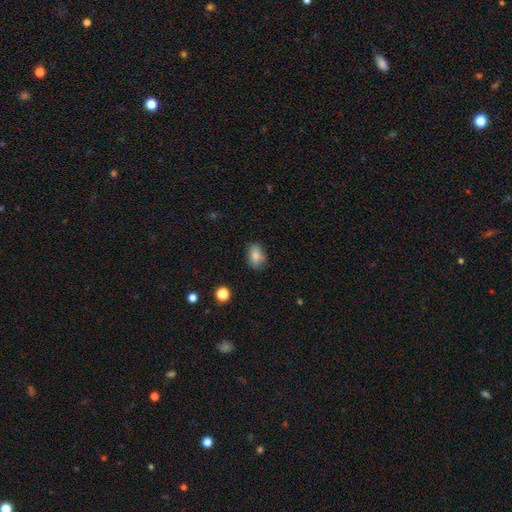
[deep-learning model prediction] smooth_or_featured: smooth (p=0.82) [alt: star or artifact p=0.09]
how_rounded: in between (p=0.81) [alt: round p=0.17]
merging: none (p=0.78) [alt: minor disturbance p=0.17]